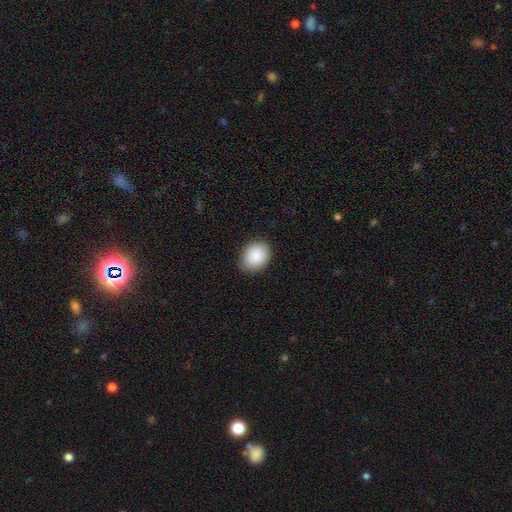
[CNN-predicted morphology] Smooth or featured? smooth (88%)
How rounded? in between (56%)
Merging? none (86%)